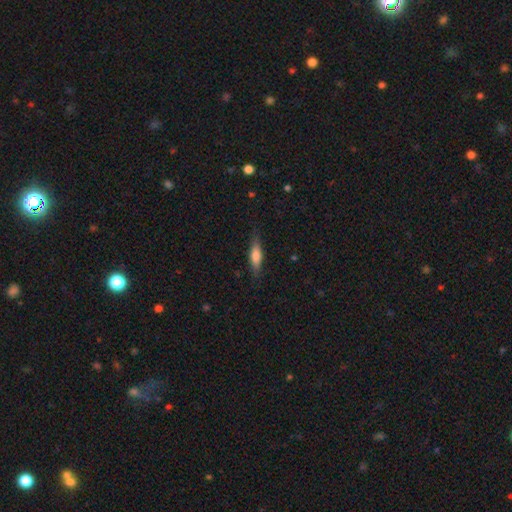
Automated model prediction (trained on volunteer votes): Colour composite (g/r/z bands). It shows a smooth galaxy with no disk features (65%) that is cigar-shaped (63%). Merging: none (82%).